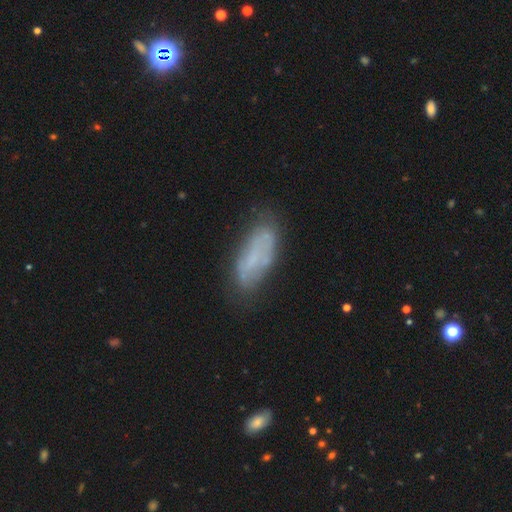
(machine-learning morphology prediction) Smooth or featured? smooth (47%)
Merging? none (67%)